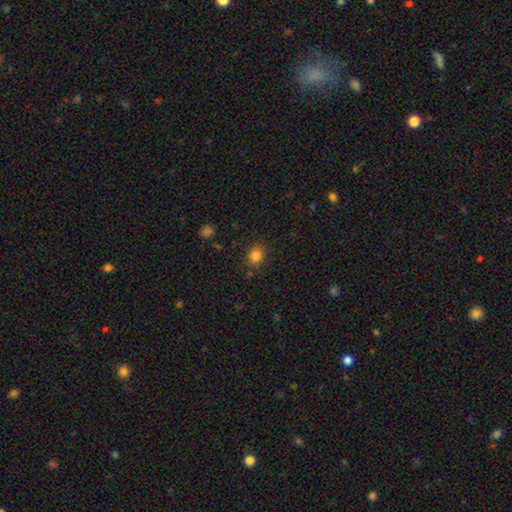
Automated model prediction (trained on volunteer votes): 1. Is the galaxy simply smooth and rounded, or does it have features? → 83% smooth, 12% star or artifact, 5% featured or disk.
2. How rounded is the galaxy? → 62% round, 37% in between, 1% cigar-shaped.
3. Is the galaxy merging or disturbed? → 86% none, 10% minor disturbance, 3% major disturbance, 2% merger.